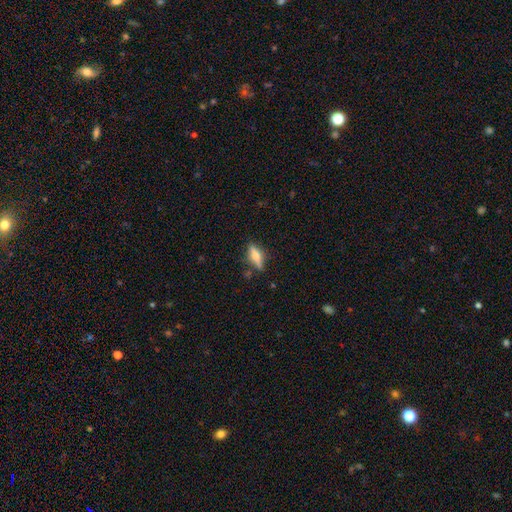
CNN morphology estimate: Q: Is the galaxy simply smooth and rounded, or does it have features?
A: smooth — 50%.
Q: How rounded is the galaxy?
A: cigar-shaped — 50%.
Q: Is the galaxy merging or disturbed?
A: none — 76%.